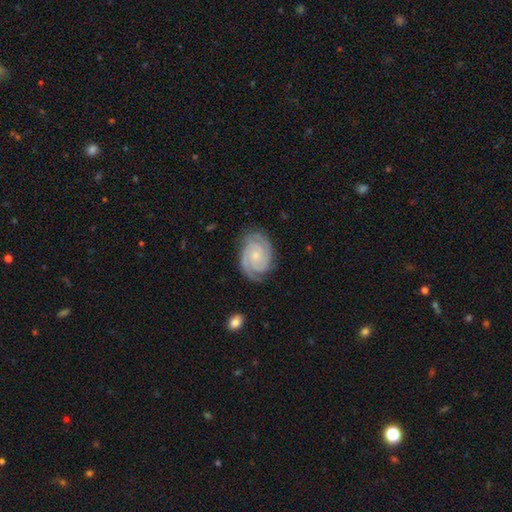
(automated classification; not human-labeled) A featured or disk galaxy (91%) with no bar (69%), 2 (56%) tight (75%) spiral arms (99%) and a small central bulge (68%).

Vote fractions:
- Smooth or featured? featured or disk: 91% / smooth: 5% / star or artifact: 5%
- Edge-on disk? no: 98% / yes: 2%
- Bar? no: 69% / weak: 25% / strong: 6%
- Spiral arms? yes: 99% / no: 1%
- Spiral winding? tight: 75% / medium: 22% / loose: 3%
- Spiral arm count? 2: 56% / 3: 25% / can't tell: 7% / 4: 5% / 1: 3% / more than 4: 3%
- Bulge size? small: 68% / moderate: 25% / none: 4% / large: 1% / dominant: 1%
- Merging? none: 82% / minor disturbance: 14% / major disturbance: 4% / merger: 1%